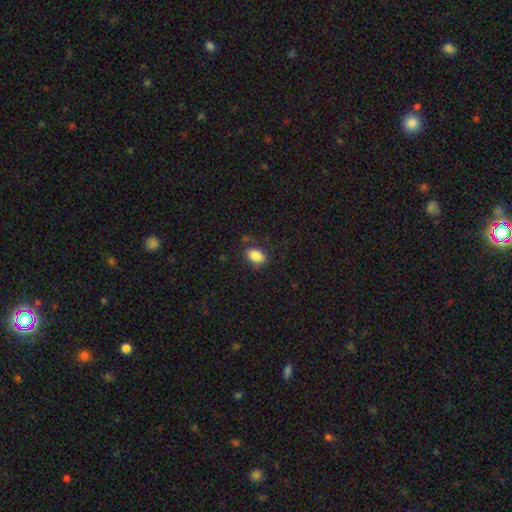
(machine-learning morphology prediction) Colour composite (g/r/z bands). It shows a smooth galaxy with no disk features (84%) that is in between round and cigar-shaped (89%). Merging: none (74%).